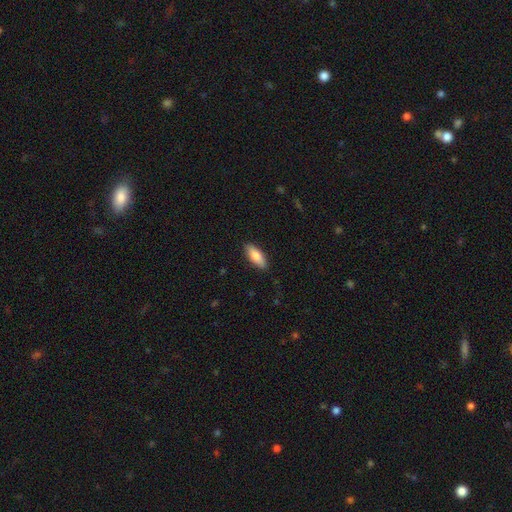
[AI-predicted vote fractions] Overall: smooth (81%). How rounded: in between (76%). Merging: none (88%).